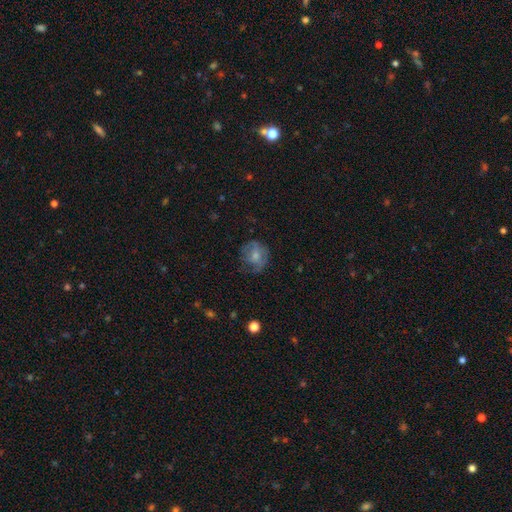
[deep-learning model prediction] Morphology: type=smooth (57%); roundness=round (74%); merging=none (57%).